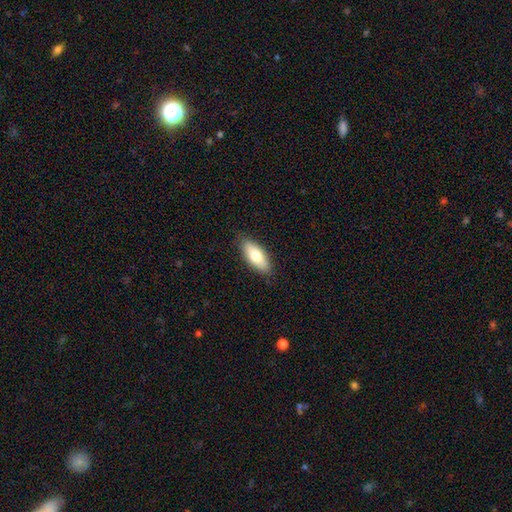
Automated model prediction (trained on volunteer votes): A smooth galaxy with no disk features (74%) that is in between round and cigar-shaped (76%). Merging: none (87%).